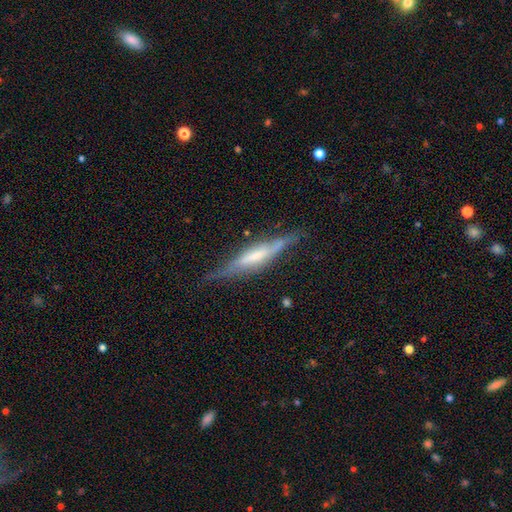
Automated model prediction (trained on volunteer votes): Morphology: type=featured or disk (69%); edge-on=yes (91%); edge-on bulge=rounded (37%, tied with boxy); merging=none (72%).